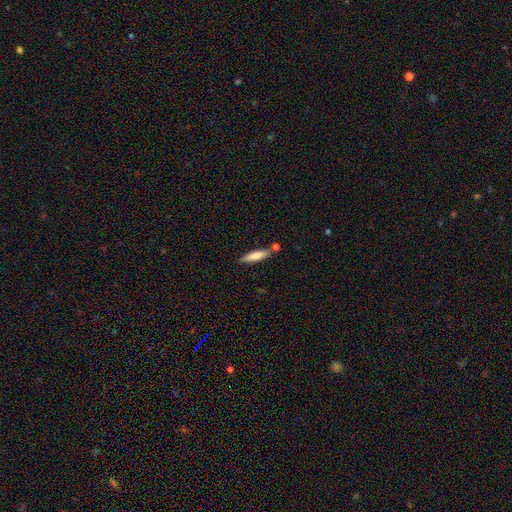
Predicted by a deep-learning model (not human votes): Smooth or featured: smooth — 73% (featured or disk — 22%)
How rounded: cigar-shaped — 79% (in between — 20%)
Merging: none — 75% (minor disturbance — 12%)